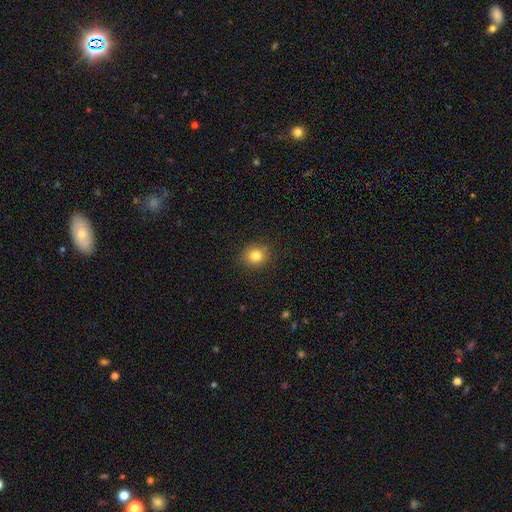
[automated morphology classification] Overall: smooth (82%). How rounded: round (76%). Merging: none (89%).